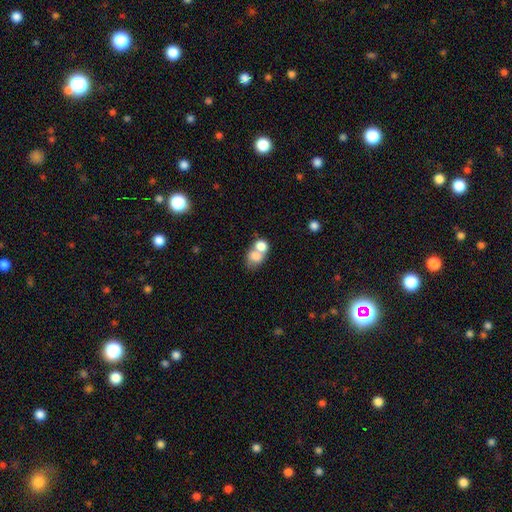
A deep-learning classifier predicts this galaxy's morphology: This is likely a smooth galaxy (76%). How rounded: possibly in between (51%). Merging: likely merger (67%).